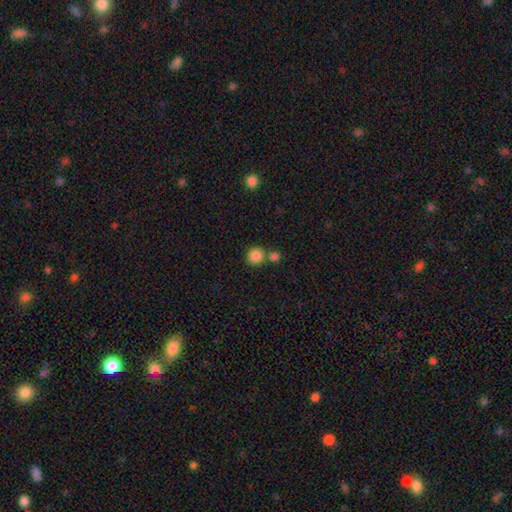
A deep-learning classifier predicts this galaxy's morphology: Smooth or featured? Predicted: smooth (p=0.85). How rounded? Predicted: round (p=0.91). Merging? Predicted: none (p=0.65).